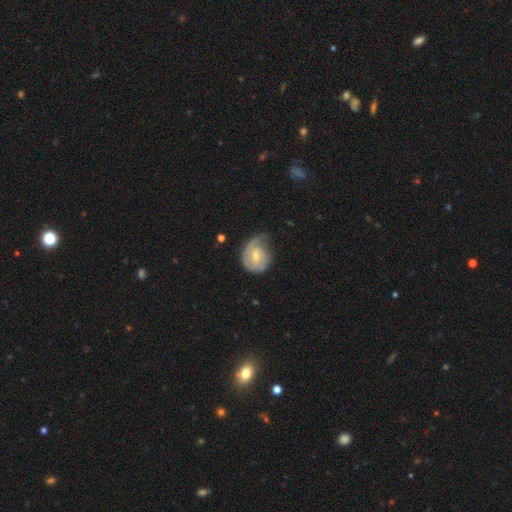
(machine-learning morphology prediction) Q: Smooth or featured?
A: featured or disk (67%); runner-up: smooth (28%)
Q: Edge-on disk?
A: no (97%); runner-up: yes (3%)
Q: Bar?
A: no (46%); runner-up: weak (45%)
Q: Spiral arms?
A: yes (86%); runner-up: no (14%)
Q: Spiral winding?
A: tight (55%); runner-up: medium (30%)
Q: Spiral arm count?
A: 1 (44%); runner-up: 2 (29%)
Q: Bulge size?
A: small (50%); runner-up: moderate (46%)
Q: Merging?
A: none (42%); runner-up: minor disturbance (34%)